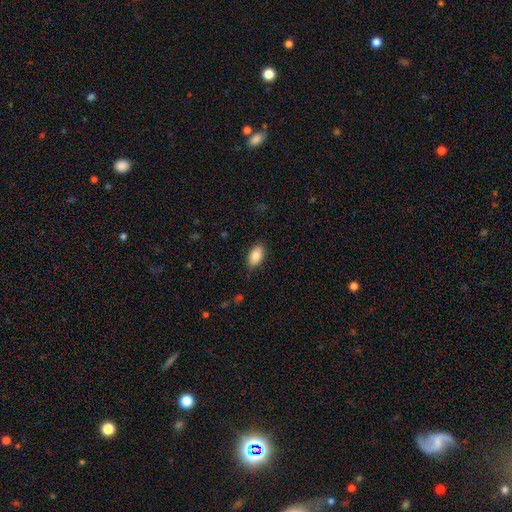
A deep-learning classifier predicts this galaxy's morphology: smooth-or-featured: smooth: 86% | featured or disk: 7% | star or artifact: 7%
  how-rounded: in between: 93% | round: 5% | cigar-shaped: 2%
  merging: none: 83% | minor disturbance: 13% | major disturbance: 3% | merger: 1%